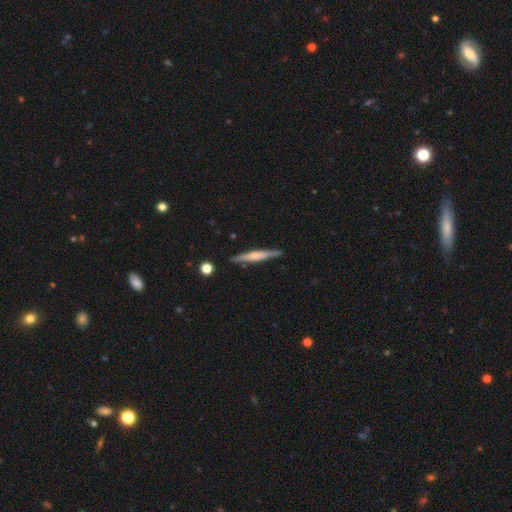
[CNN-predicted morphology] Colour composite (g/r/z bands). It shows a featured or disk galaxy (57%) viewed edge-on (97%) with a rounded central bulge (56%). Merging: none (87%).